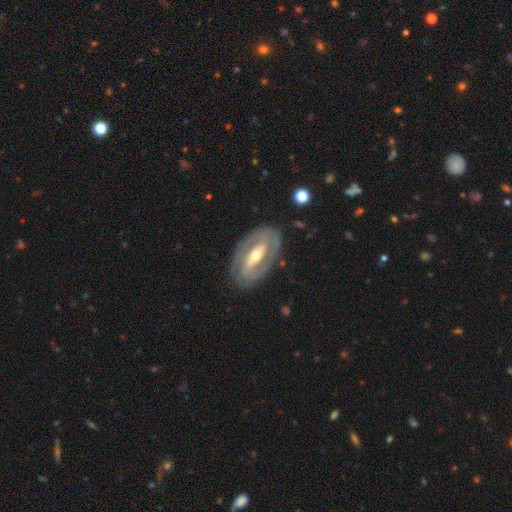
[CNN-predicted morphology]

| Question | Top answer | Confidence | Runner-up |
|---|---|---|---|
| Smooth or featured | featured or disk | 81% | smooth (14%) |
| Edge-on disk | no | 93% | yes (7%) |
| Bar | strong | 46% | weak (30%) |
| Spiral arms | yes | 74% | no (26%) |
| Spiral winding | tight | 58% | medium (31%) |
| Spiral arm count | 2 | 73% | can't tell (17%) |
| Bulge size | moderate | 57% | small (38%) |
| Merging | none | 81% | minor disturbance (13%) |